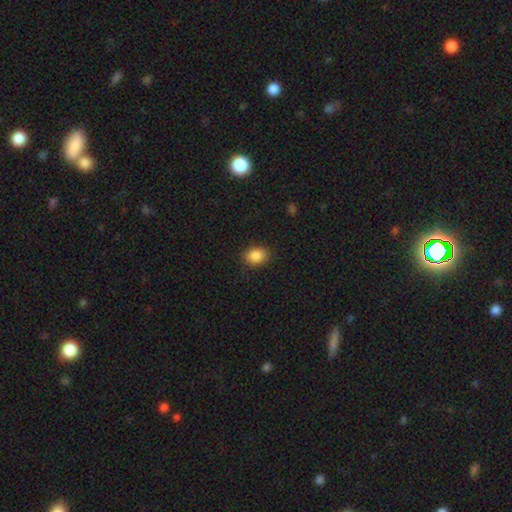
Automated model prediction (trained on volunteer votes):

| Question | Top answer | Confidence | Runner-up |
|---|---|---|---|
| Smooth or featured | smooth | 88% | star or artifact (9%) |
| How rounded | in between | 59% | round (40%) |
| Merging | none | 87% | minor disturbance (9%) |